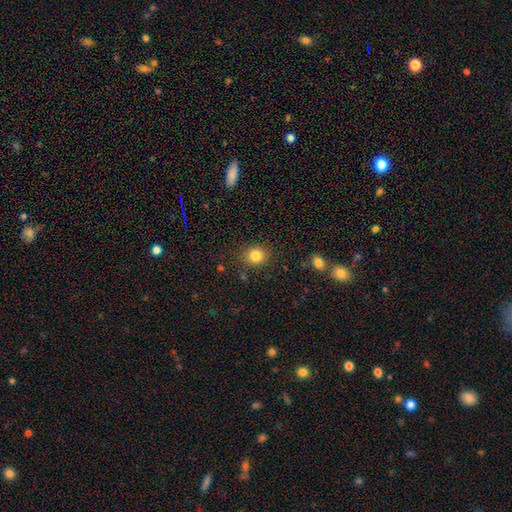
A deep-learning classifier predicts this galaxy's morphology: A smooth galaxy with no disk features (84%) that is round (74%). Merging: none (85%).